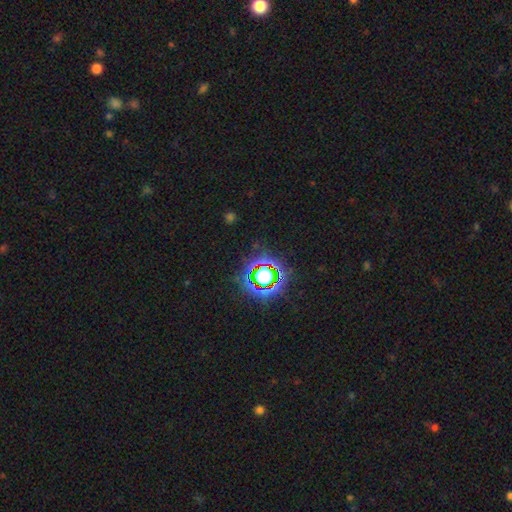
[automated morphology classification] This is likely a star or artifact rather than a galaxy (79%).